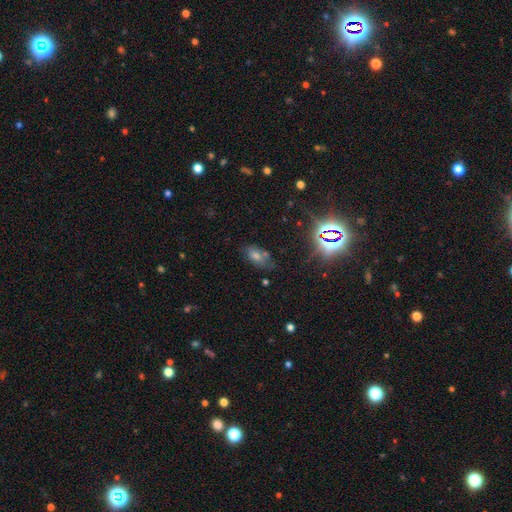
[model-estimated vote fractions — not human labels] smooth 47%, star or artifact 31%, featured or disk 22%. Down the decision tree: merging — none (59%).